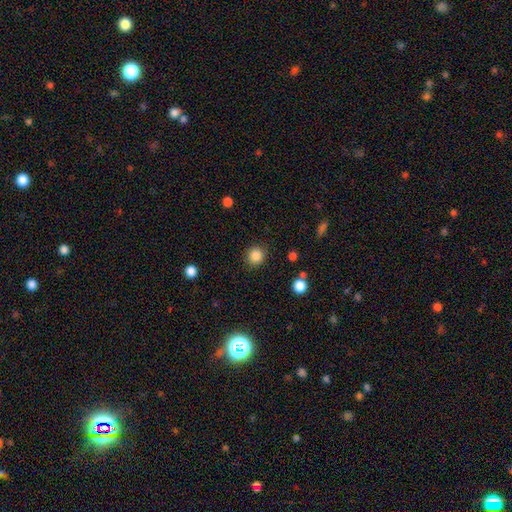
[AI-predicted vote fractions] This appears to be a smooth galaxy with no disk features (86%) that is round (91%). Merging: none (89%).